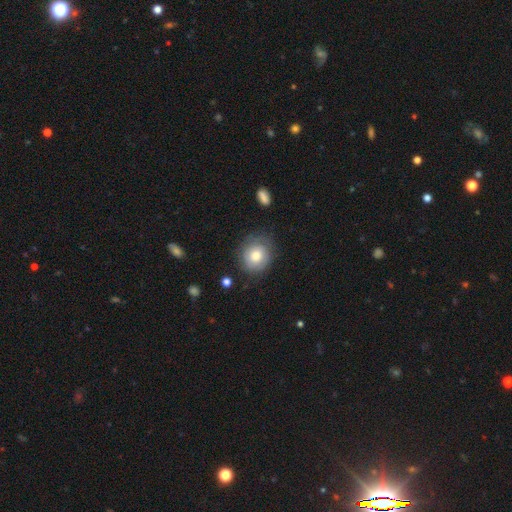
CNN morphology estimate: smooth-or-featured: smooth: 65% | featured or disk: 27% | star or artifact: 8%
  how-rounded: round: 80% | in between: 19% | cigar-shaped: 1%
  merging: none: 72% | minor disturbance: 19% | major disturbance: 7% | merger: 2%